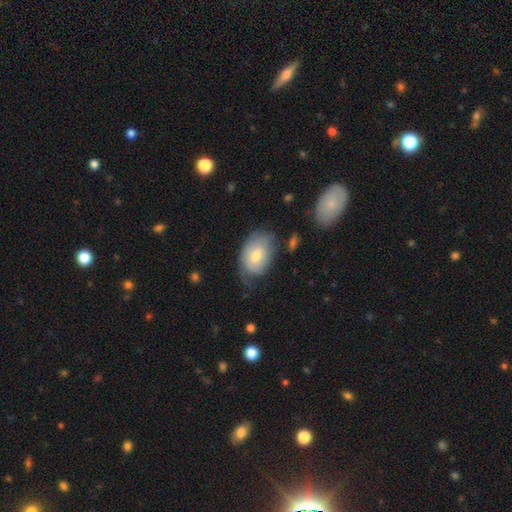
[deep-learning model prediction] Smooth or featured?
  - smooth: 61% *
  - featured or disk: 31%
  - star or artifact: 7%
How rounded?
  - in between: 86% *
  - round: 13%
  - cigar-shaped: 1%
Merging?
  - none: 50% *
  - minor disturbance: 32%
  - major disturbance: 15%
  - merger: 3%